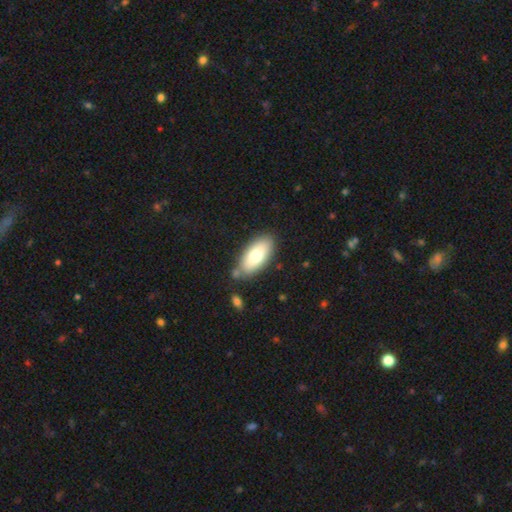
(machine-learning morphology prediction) Smooth or featured?
  - smooth: 71% *
  - featured or disk: 22%
  - star or artifact: 6%
How rounded?
  - in between: 90% *
  - cigar-shaped: 7%
  - round: 3%
Merging?
  - none: 76% *
  - minor disturbance: 13%
  - merger: 7%
  - major disturbance: 3%